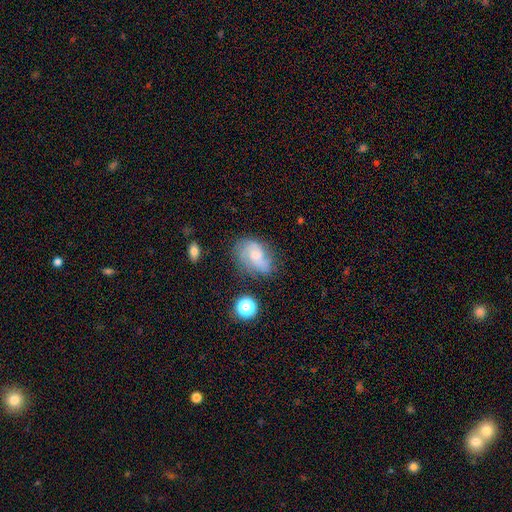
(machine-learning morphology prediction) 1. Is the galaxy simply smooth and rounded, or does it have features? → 55% featured or disk, 35% smooth, 10% star or artifact.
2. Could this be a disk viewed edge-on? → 96% no, 4% yes.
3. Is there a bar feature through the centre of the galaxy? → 62% no, 33% weak, 5% strong.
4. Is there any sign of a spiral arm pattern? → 84% yes, 16% no.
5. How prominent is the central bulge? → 46% moderate, 39% small, 8% none, 5% large, 1% dominant.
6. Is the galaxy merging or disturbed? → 54% none, 27% minor disturbance, 15% major disturbance, 4% merger.